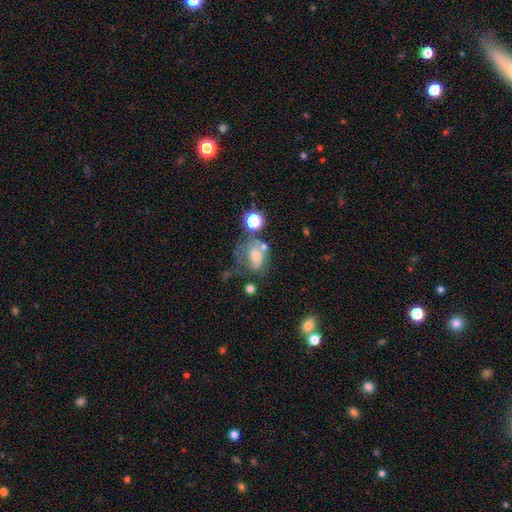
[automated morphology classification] smooth_or_featured: featured or disk (p=0.43) [alt: smooth p=0.40]
merging: major disturbance (p=0.30) [alt: none p=0.28]